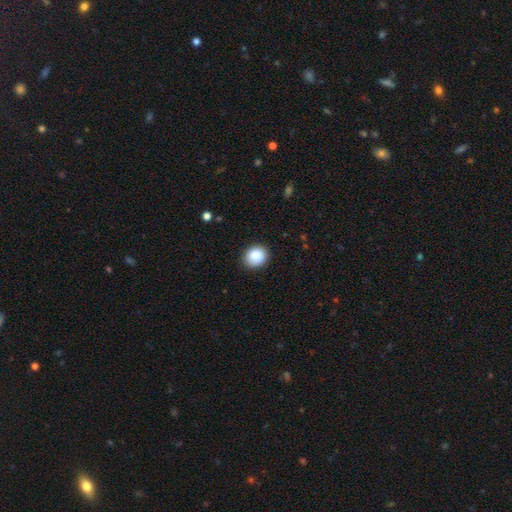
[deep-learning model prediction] Overall: smooth (87%). How rounded: round (66%; in between 33%). Merging: none (88%).